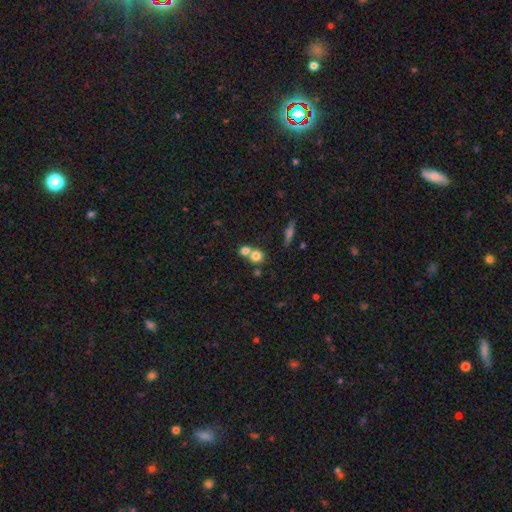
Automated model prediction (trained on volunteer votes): This appears to be a smooth galaxy with no disk features (76%) that is round (85%). Merging: merger (48%).